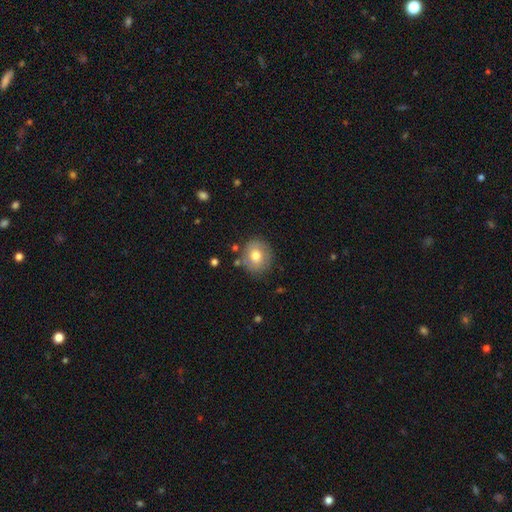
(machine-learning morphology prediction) Q: Smooth or featured?
A: smooth (65%); runner-up: featured or disk (26%)
Q: How rounded?
A: round (83%); runner-up: in between (16%)
Q: Merging?
A: none (79%); runner-up: minor disturbance (14%)